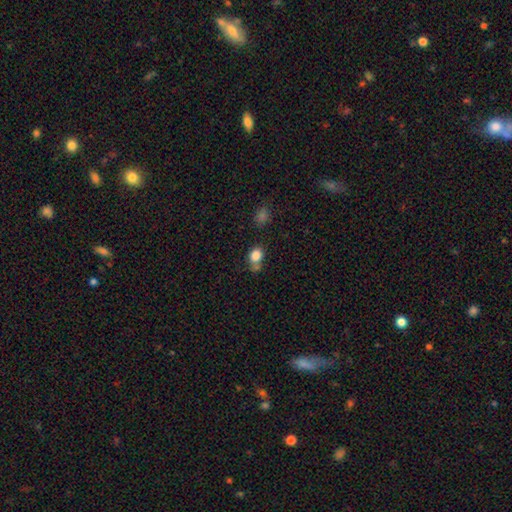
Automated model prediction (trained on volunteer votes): Q: Smooth or featured?
A: smooth (83%); runner-up: star or artifact (11%)
Q: How rounded?
A: round (50%); runner-up: in between (49%)
Q: Merging?
A: none (51%); runner-up: minor disturbance (22%)